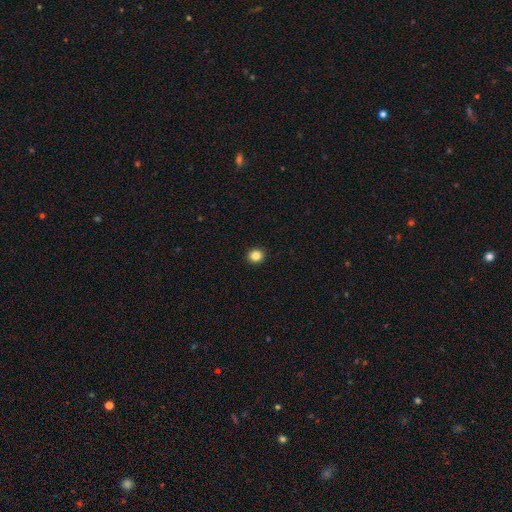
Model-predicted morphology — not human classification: A smooth galaxy with no disk features (85%) that is round (88%). Merging: none (93%).